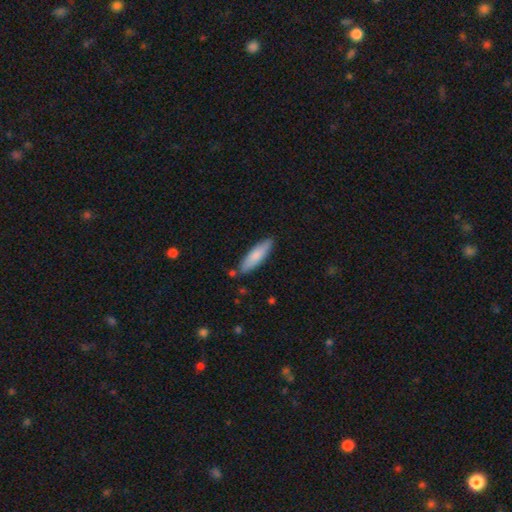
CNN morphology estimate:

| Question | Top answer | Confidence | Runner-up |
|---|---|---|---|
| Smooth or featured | smooth | 80% | featured or disk (14%) |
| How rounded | cigar-shaped | 61% | in between (38%) |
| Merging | none | 83% | minor disturbance (12%) |